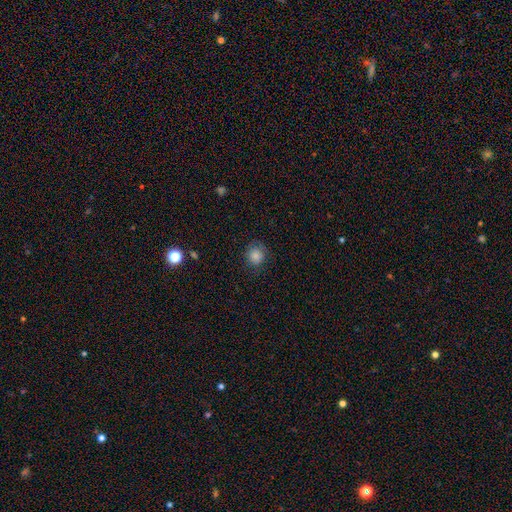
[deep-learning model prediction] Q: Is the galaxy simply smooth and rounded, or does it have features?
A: smooth — 83%.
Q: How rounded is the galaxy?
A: round — 86%.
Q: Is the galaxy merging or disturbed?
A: none — 77%.